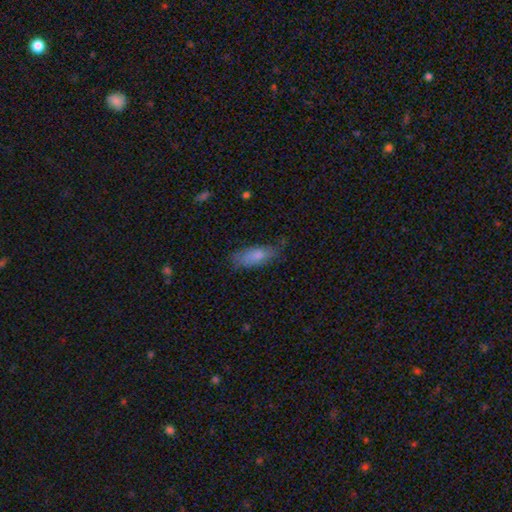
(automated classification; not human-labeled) Morphology: type=smooth (78%); roundness=in between (71%); merging=none (68%).